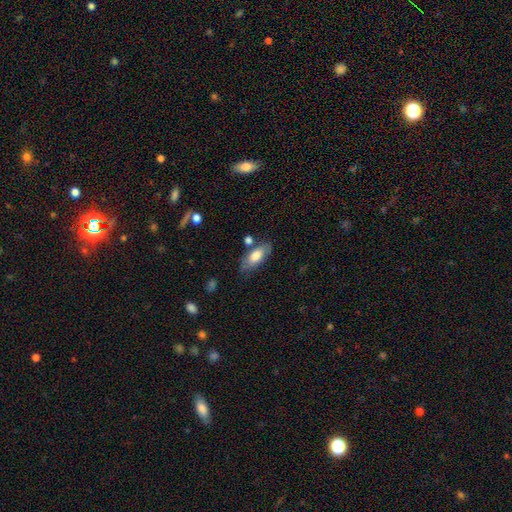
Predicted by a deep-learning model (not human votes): Smooth or featured? smooth (73%)
How rounded? in between (84%)
Merging? none (71%)